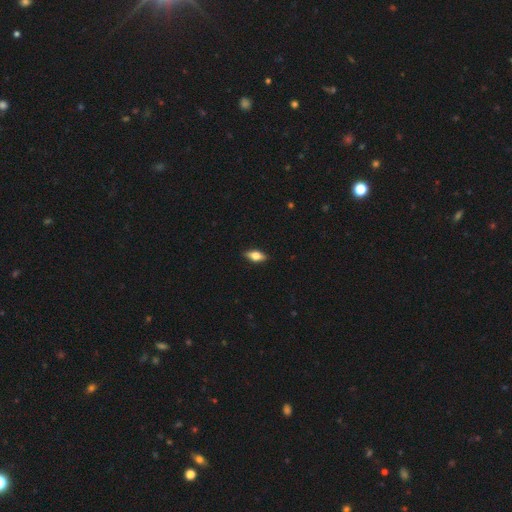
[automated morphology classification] This appears to be a smooth galaxy with no disk features (59%) that is in between round and cigar-shaped (81%). Merging: none (88%).